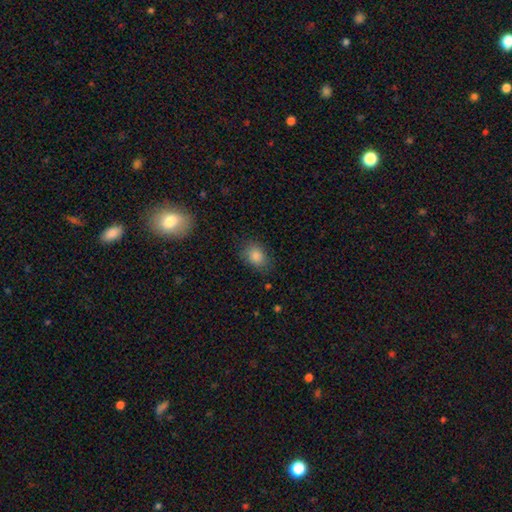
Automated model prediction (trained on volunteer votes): smooth-or-featured: smooth: 83% | star or artifact: 11% | featured or disk: 6%
  how-rounded: in between: 68% | round: 31% | cigar-shaped: 1%
  merging: none: 80% | minor disturbance: 14% | major disturbance: 4% | merger: 2%